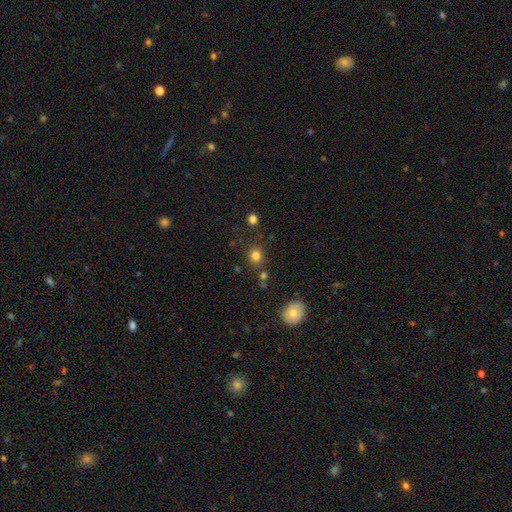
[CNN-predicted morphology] Smooth or featured? Predicted: smooth (p=0.80). How rounded? Predicted: round (p=0.74). Merging? Predicted: none (p=0.80).